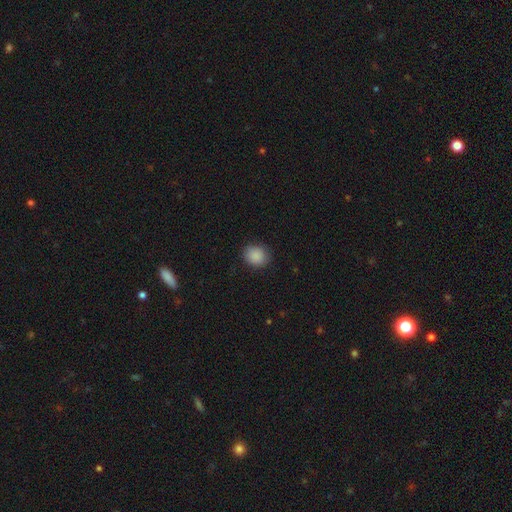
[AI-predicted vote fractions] Smooth or featured: smooth — 88% (star or artifact — 8%)
How rounded: round — 69% (in between — 30%)
Merging: none — 86% (minor disturbance — 11%)